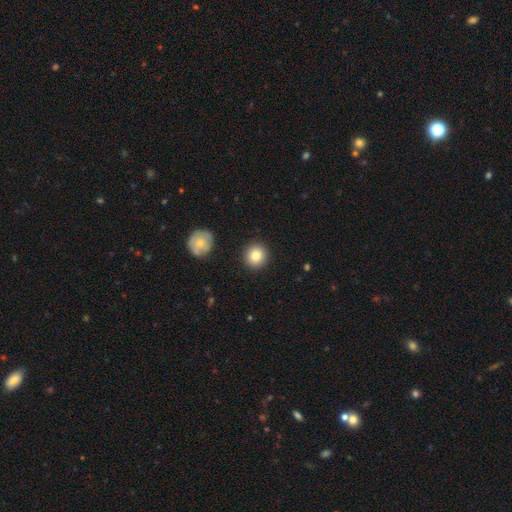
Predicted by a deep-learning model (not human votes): Overall: smooth (83%). How rounded: round (91%). Merging: none (91%).